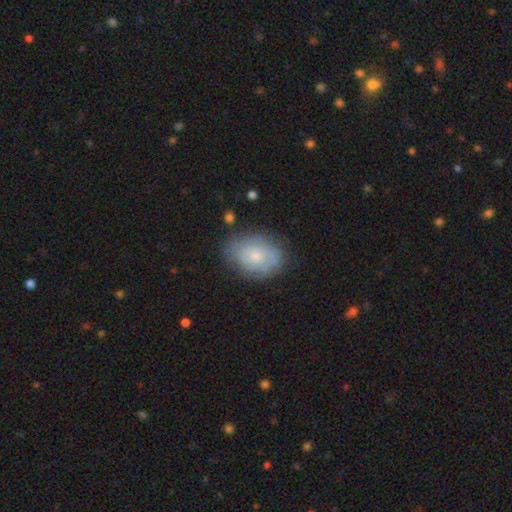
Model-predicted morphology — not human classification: Smooth or featured? Predicted: smooth (p=0.61). How rounded? Predicted: in between (p=0.72). Merging? Predicted: none (p=0.71).